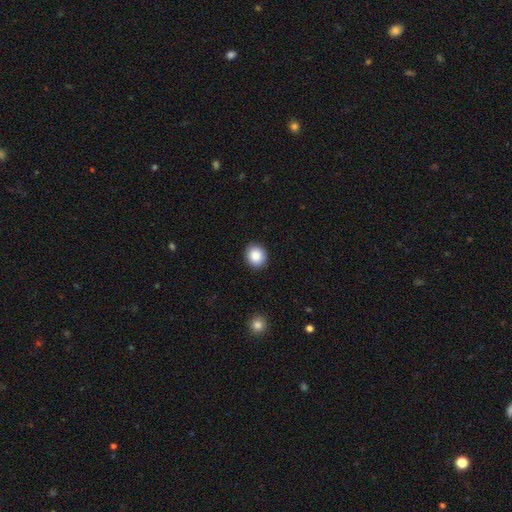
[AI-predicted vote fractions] A smooth galaxy with no disk features (87%) that is round (74%).

Vote fractions:
- Smooth or featured? smooth: 87% / star or artifact: 9% / featured or disk: 4%
- How rounded? round: 74% / in between: 25% / cigar-shaped: 1%
- Merging? none: 90% / minor disturbance: 7% / major disturbance: 2% / merger: 1%